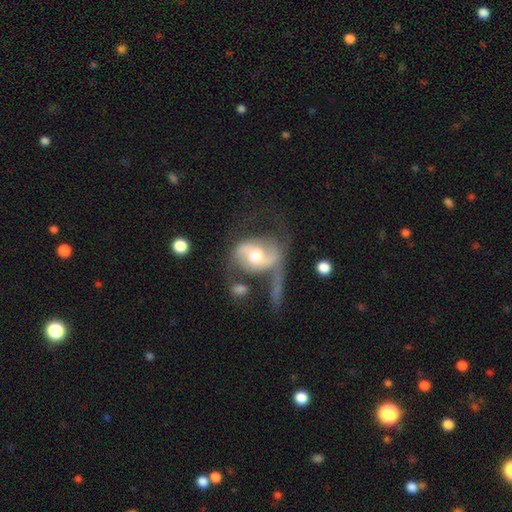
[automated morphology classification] This is likely a featured or disk galaxy (73%). It is clearly not viewed edge-on (95%). Bar: possibly no (45%). Spiral arm pattern: clearly yes (81%). Spiral arm count: likely 2 (77%). Spiral winding: possibly loose (50%). Central bulge: likely moderate (70%). Merging: marginally major disturbance (35%).